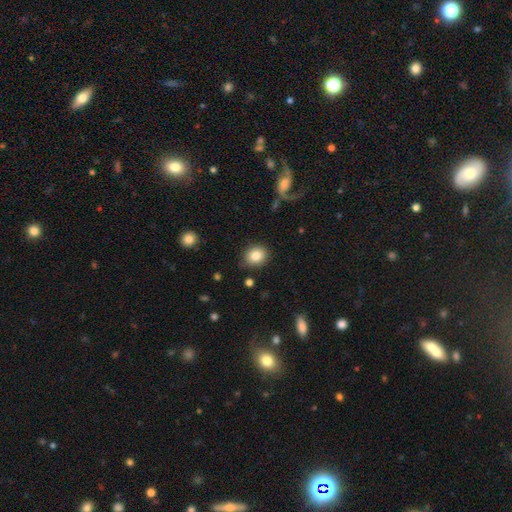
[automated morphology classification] Q: Smooth or featured?
A: smooth (84%); runner-up: star or artifact (9%)
Q: How rounded?
A: round (72%); runner-up: in between (27%)
Q: Merging?
A: none (85%); runner-up: minor disturbance (10%)